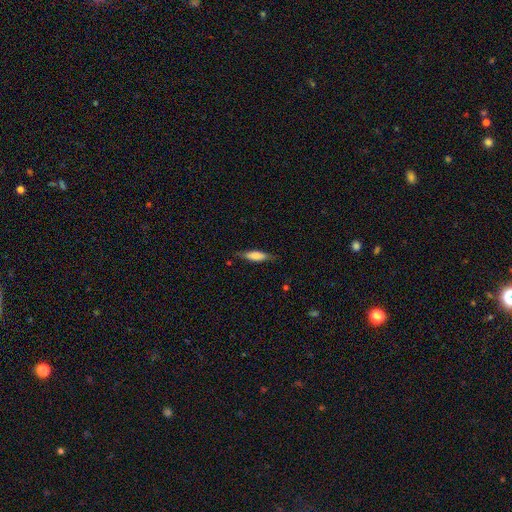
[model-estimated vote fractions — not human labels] A smooth galaxy with no disk features (67%) that is cigar-shaped (61%). Merging: none (78%).